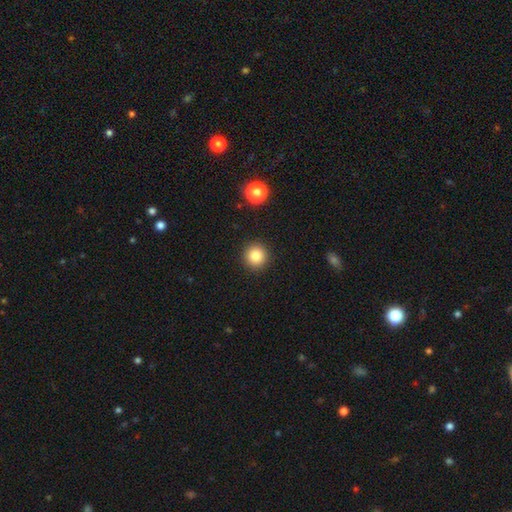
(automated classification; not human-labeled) smooth 84%, star or artifact 11%, featured or disk 6%. Down the decision tree: how rounded — round (95%); merging — none (92%).